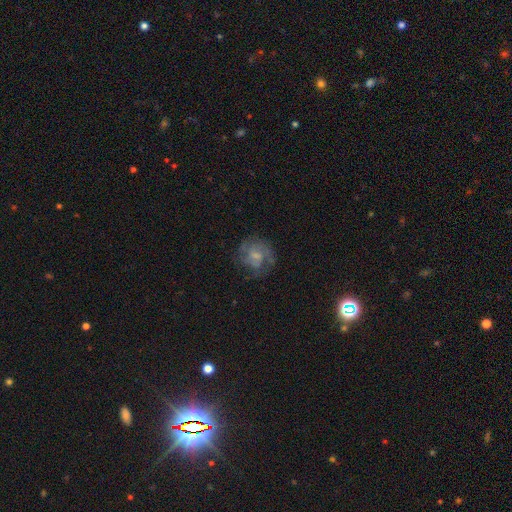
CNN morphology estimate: type=featured or disk (67%); edge-on=no (98%); bar=no (56%); spiral arms=yes (86%); winding=medium (44%); arm count=can't tell (32%); bulge=small (50%); merging=none (65%).